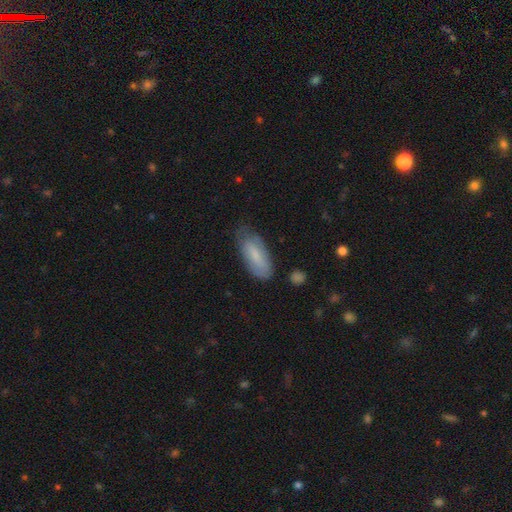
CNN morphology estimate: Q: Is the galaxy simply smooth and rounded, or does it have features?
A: smooth — 71%.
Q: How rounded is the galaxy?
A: in between — 79%.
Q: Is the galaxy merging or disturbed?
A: none — 65%.